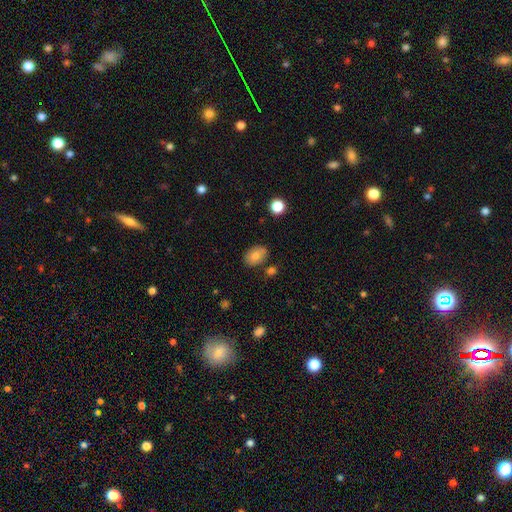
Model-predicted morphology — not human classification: A smooth galaxy with no disk features (77%) that is in between round and cigar-shaped (78%). Merging: none (78%).